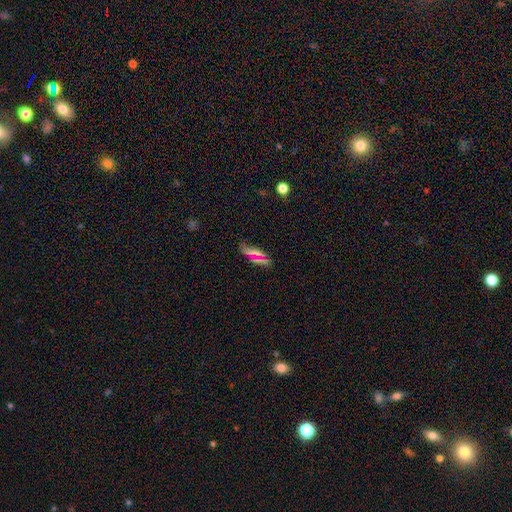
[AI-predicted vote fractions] Q: Smooth or featured?
A: smooth (60%); runner-up: featured or disk (23%)
Q: How rounded?
A: in between (51%); runner-up: cigar-shaped (43%)
Q: Merging?
A: none (76%); runner-up: minor disturbance (15%)